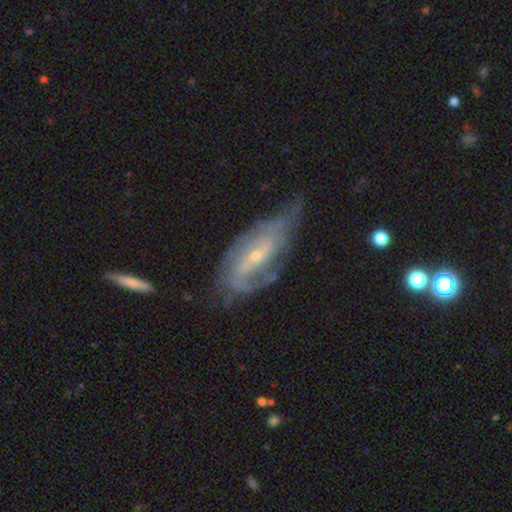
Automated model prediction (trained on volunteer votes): Smooth or featured?
  - featured or disk: 83% *
  - smooth: 11%
  - star or artifact: 6%
Edge-on disk?
  - no: 91% *
  - yes: 9%
Bar?
  - no: 40% *
  - weak: 39%
  - strong: 21%
Spiral arms?
  - yes: 91% *
  - no: 9%
Spiral winding?
  - medium: 42% *
  - tight: 41%
  - loose: 18%
Spiral arm count?
  - 2: 51% *
  - can't tell: 28%
  - 3: 10%
  - 1: 5%
  - 4: 3%
  - more than 4: 3%
Bulge size?
  - small: 73% *
  - moderate: 23%
  - none: 2%
  - large: 1%
  - dominant: 1%
Merging?
  - none: 47% *
  - minor disturbance: 31%
  - major disturbance: 19%
  - merger: 3%